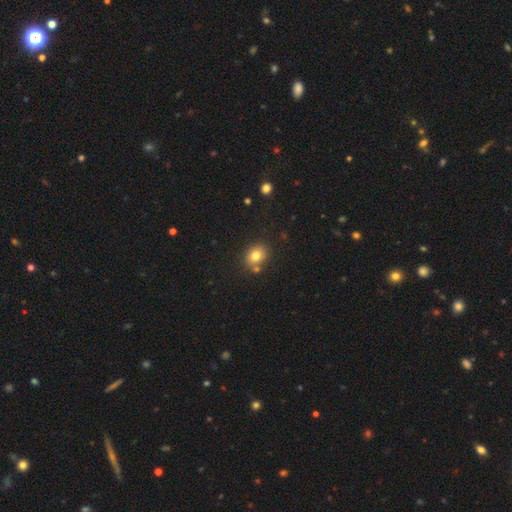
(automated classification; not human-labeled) Smooth or featured: smooth — 80% (star or artifact — 11%)
How rounded: round — 50% (in between — 49%)
Merging: none — 75% (minor disturbance — 12%)